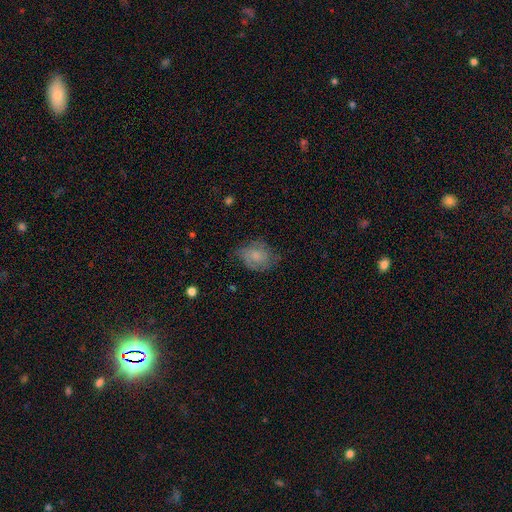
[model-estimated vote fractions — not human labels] smooth_or_featured: smooth (p=0.54) [alt: featured or disk p=0.37]
how_rounded: in between (p=0.55) [alt: round p=0.43]
merging: none (p=0.56) [alt: minor disturbance p=0.30]